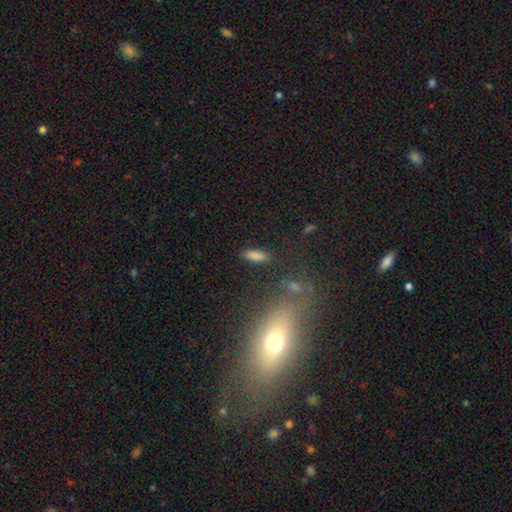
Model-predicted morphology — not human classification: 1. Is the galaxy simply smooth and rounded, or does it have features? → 84% smooth, 10% star or artifact, 6% featured or disk.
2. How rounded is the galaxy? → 66% in between, 31% cigar-shaped, 3% round.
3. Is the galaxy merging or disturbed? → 84% none, 10% minor disturbance, 3% major disturbance, 3% merger.